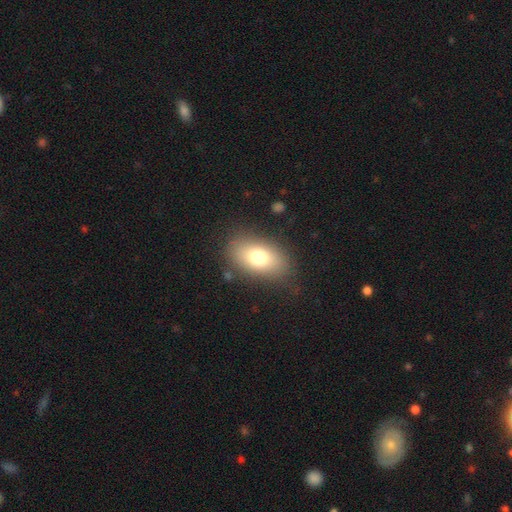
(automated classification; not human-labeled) Morphology: type=smooth (69%); roundness=in between (86%); merging=none (82%).